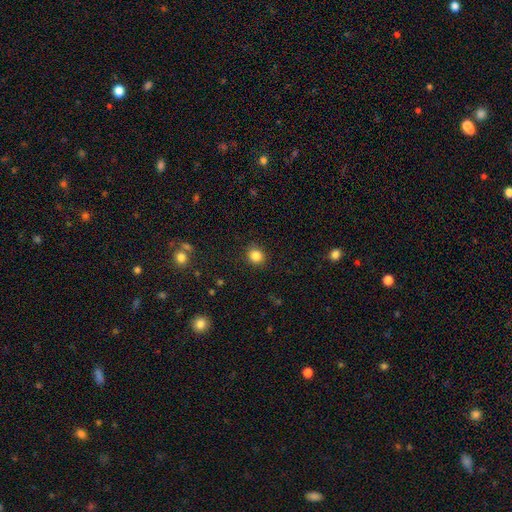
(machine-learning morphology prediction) The model was most divided on "smooth or featured": smooth: 85%, star or artifact: 11%, featured or disk: 4%. More confident: merging — none (89%); how rounded — round (87%).